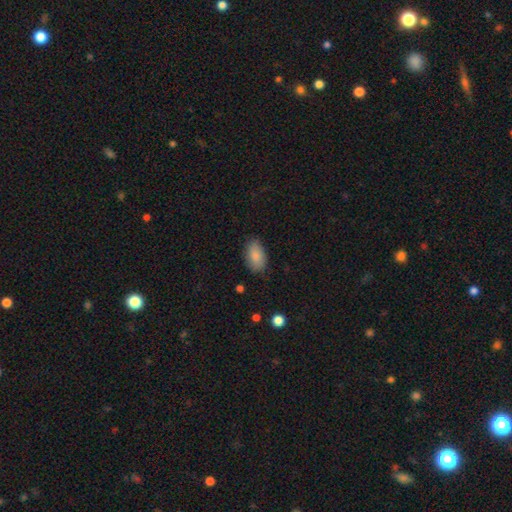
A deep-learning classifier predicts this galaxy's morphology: Overall: smooth (87%). How rounded: in between (93%). Merging: none (81%).